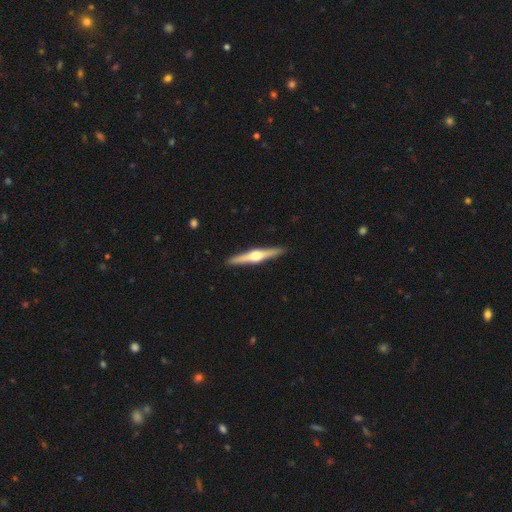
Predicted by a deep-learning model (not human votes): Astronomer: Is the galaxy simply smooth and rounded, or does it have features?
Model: featured or disk — 76%.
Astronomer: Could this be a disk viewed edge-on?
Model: yes — 98%.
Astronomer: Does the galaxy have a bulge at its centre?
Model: rounded — 95%.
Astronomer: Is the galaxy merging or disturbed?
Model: none — 92%.